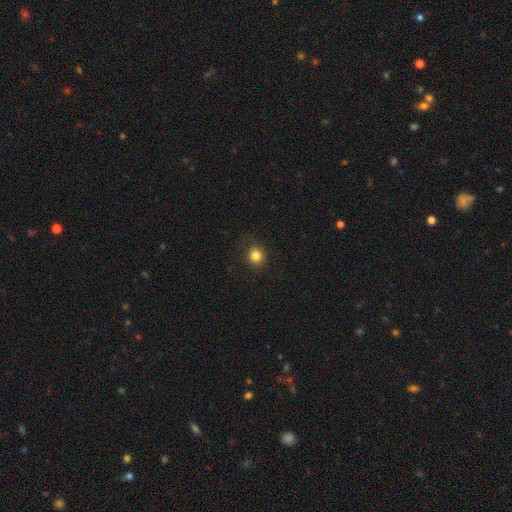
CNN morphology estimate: This is clearly a smooth galaxy (83%). How rounded: clearly round (86%). Merging: clearly none (87%).